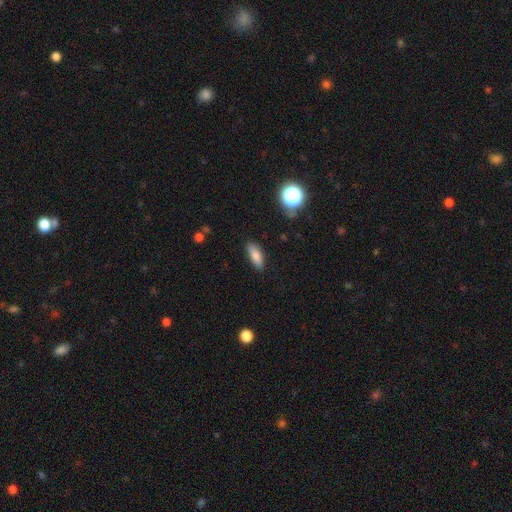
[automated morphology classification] smooth-or-featured: smooth: 83% | featured or disk: 9% | star or artifact: 9%
  how-rounded: in between: 69% | cigar-shaped: 28% | round: 3%
  merging: none: 83% | minor disturbance: 13% | major disturbance: 3% | merger: 1%